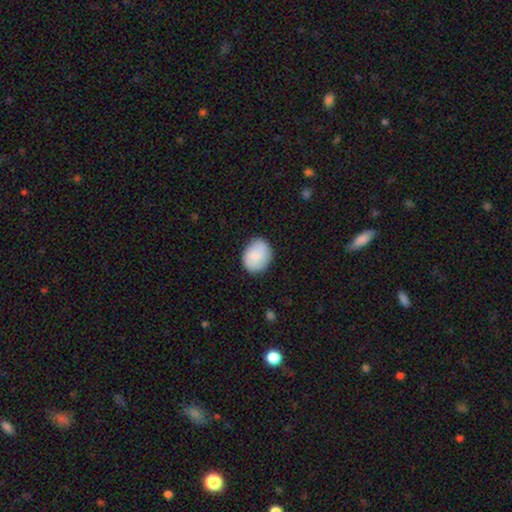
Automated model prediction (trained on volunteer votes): Smooth or featured?
  - smooth: 80% *
  - featured or disk: 14%
  - star or artifact: 6%
How rounded?
  - in between: 50% *
  - round: 49%
  - cigar-shaped: 1%
Merging?
  - none: 82% *
  - minor disturbance: 14%
  - major disturbance: 3%
  - merger: 1%